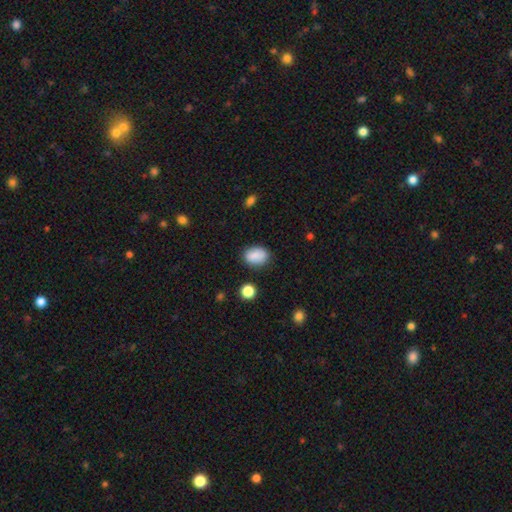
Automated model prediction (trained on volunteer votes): Smooth or featured? Predicted: smooth (p=0.85). How rounded? Predicted: in between (p=0.75). Merging? Predicted: none (p=0.80).